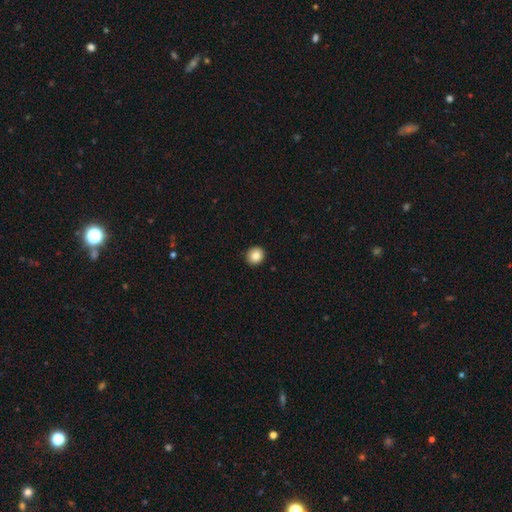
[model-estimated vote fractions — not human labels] smooth_or_featured: smooth (p=0.85) [alt: star or artifact p=0.09]
how_rounded: round (p=0.85) [alt: in between p=0.15]
merging: none (p=0.92) [alt: minor disturbance p=0.05]